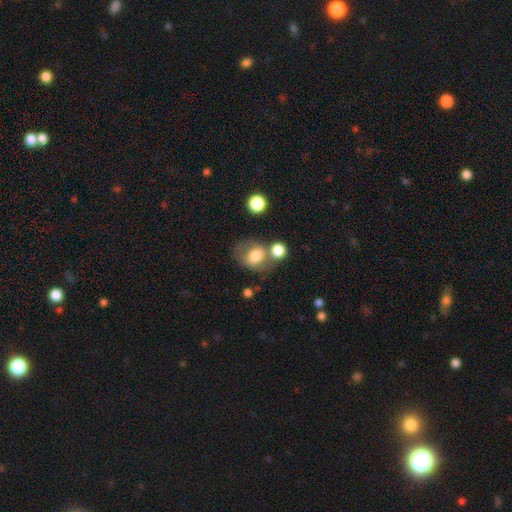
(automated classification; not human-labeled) A smooth galaxy with no disk features (73%) that is round (57%). Merging: none (48%).